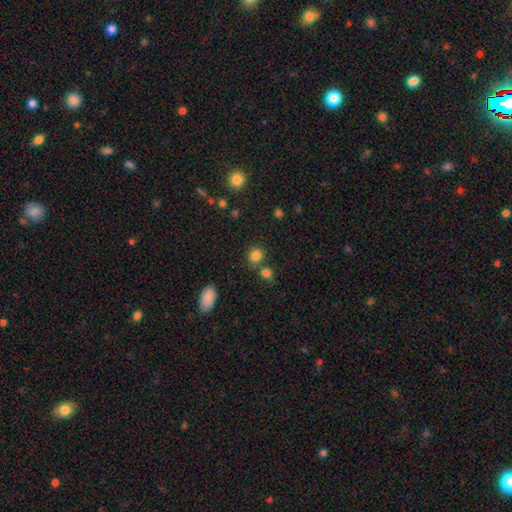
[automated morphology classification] Smooth or featured: smooth — 82% (star or artifact — 13%)
How rounded: round — 80% (in between — 19%)
Merging: none — 72% (merger — 16%)